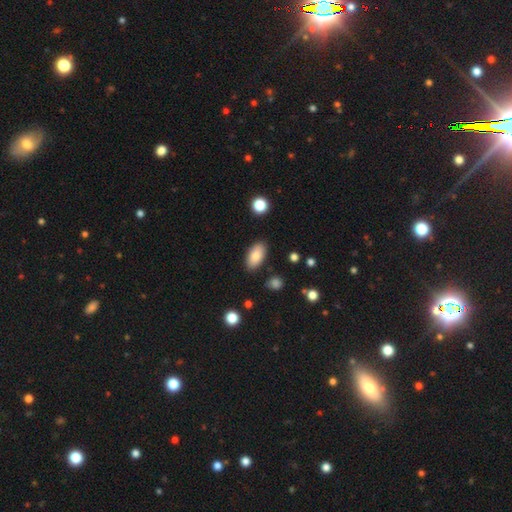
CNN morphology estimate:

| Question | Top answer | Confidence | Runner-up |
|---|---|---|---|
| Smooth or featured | smooth | 81% | featured or disk (12%) |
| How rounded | in between | 93% | cigar-shaped (4%) |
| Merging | none | 84% | minor disturbance (11%) |